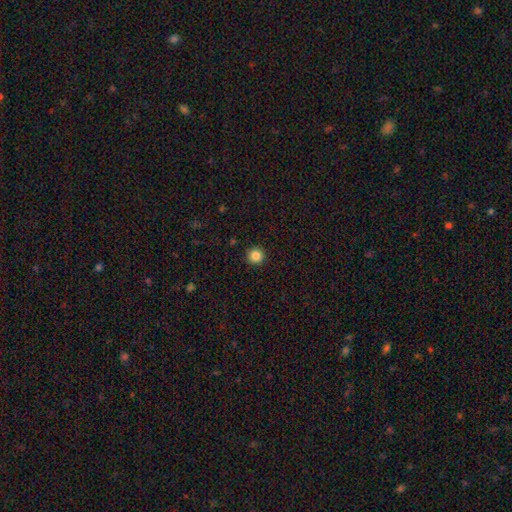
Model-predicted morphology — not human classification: This is clearly a smooth galaxy (85%). How rounded: clearly round (95%). Merging: clearly none (93%).